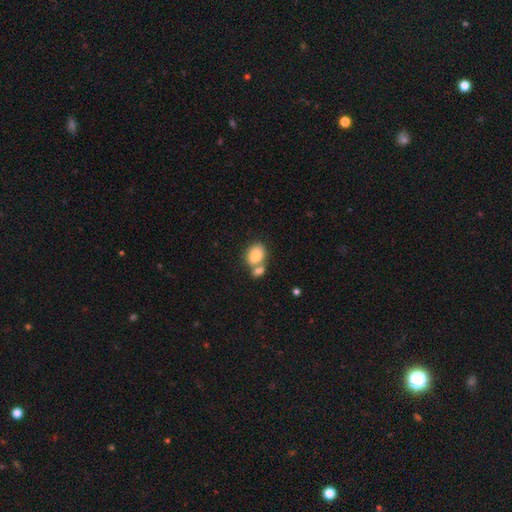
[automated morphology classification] The model was most divided on "merging": merger: 48%, none: 38%, minor disturbance: 10%, major disturbance: 4%. More confident: smooth or featured — smooth (85%); how rounded — in between (74%).